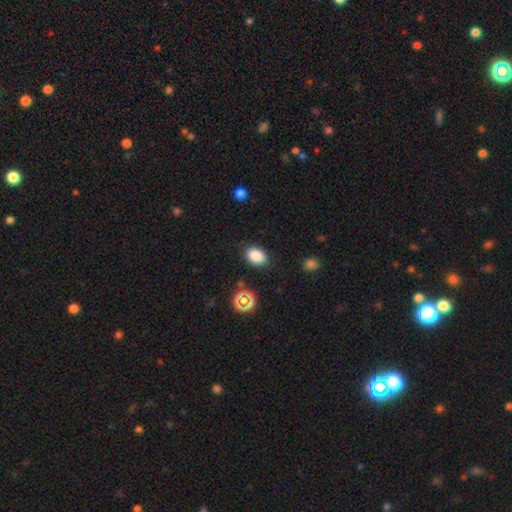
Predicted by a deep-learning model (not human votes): Smooth or featured: smooth — 84% (star or artifact — 11%)
How rounded: in between — 82% (round — 17%)
Merging: none — 85% (minor disturbance — 11%)